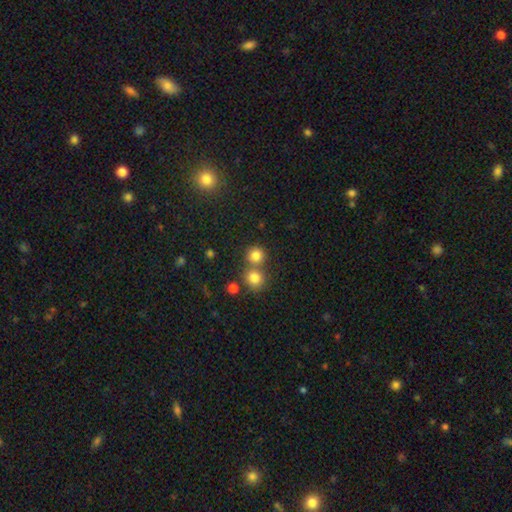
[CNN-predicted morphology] Smooth or featured: smooth — 80% (star or artifact — 13%)
How rounded: round — 90% (in between — 9%)
Merging: none — 61% (merger — 30%)